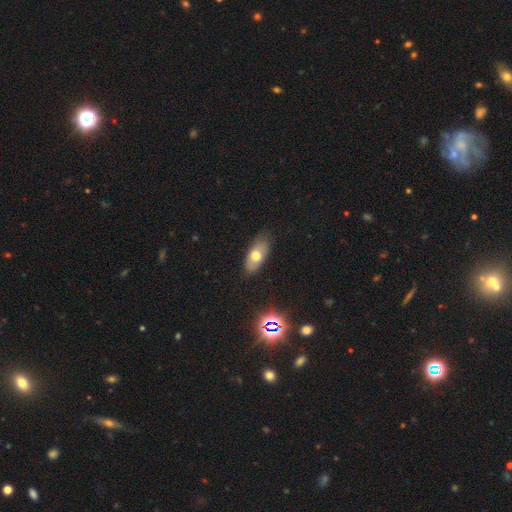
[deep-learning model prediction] Q: Smooth or featured?
A: smooth (66%); runner-up: featured or disk (24%)
Q: How rounded?
A: in between (87%); runner-up: cigar-shaped (8%)
Q: Merging?
A: none (77%); runner-up: minor disturbance (18%)